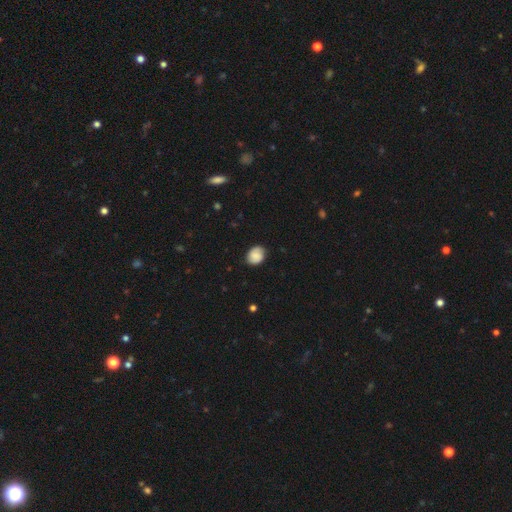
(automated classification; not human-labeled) The model was most divided on "how rounded": round: 55%, in between: 44%, cigar-shaped: 1%. More confident: merging — none (80%); smooth or featured — smooth (75%).